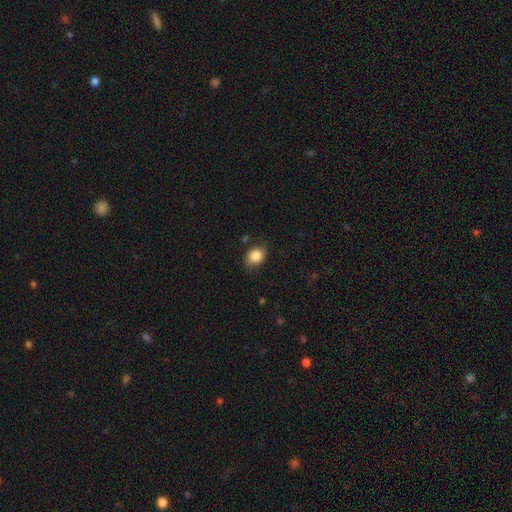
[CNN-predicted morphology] smooth-or-featured: smooth: 86% | star or artifact: 9% | featured or disk: 5%
  how-rounded: in between: 57% | round: 42% | cigar-shaped: 1%
  merging: none: 75% | minor disturbance: 19% | major disturbance: 4% | merger: 2%